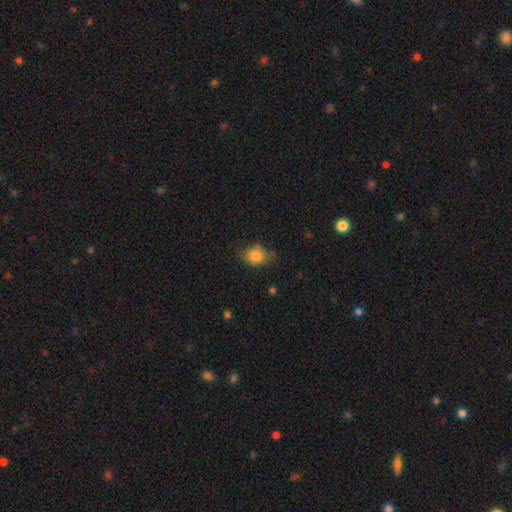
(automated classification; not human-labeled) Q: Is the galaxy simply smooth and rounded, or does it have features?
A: smooth — 83%.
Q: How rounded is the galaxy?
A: in between — 56%.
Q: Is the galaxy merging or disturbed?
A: none — 65%.